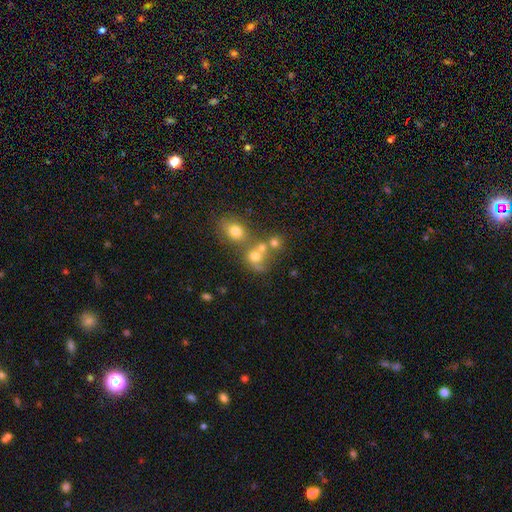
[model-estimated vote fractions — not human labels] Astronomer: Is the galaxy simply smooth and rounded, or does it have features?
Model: smooth — 64%.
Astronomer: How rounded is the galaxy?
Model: round — 70%.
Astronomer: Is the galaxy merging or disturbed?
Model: merger — 45% (runner-up: none, 35%).